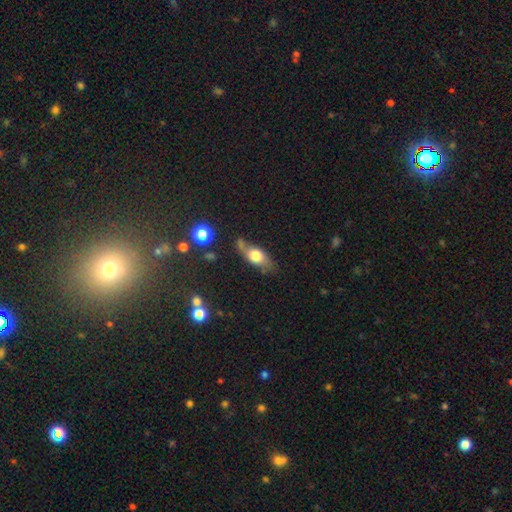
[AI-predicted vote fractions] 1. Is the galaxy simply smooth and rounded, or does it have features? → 65% smooth, 26% featured or disk, 8% star or artifact.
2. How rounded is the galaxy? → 76% in between, 14% cigar-shaped, 9% round.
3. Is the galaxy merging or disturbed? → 55% none, 25% minor disturbance, 12% merger, 8% major disturbance.